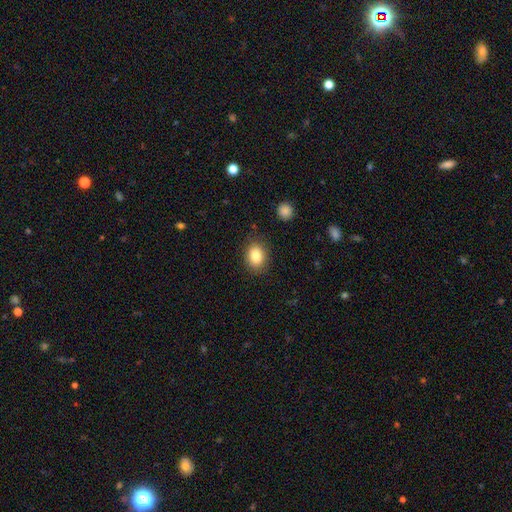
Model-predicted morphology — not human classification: Smooth or featured? smooth (84%)
How rounded? in between (64%)
Merging? none (84%)